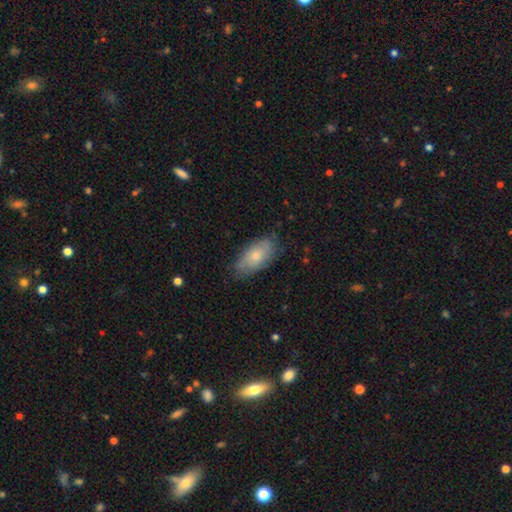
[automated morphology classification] smooth_or_featured: smooth (p=0.62) [alt: featured or disk p=0.32]
how_rounded: in between (p=0.90) [alt: cigar-shaped p=0.07]
merging: none (p=0.75) [alt: minor disturbance p=0.20]